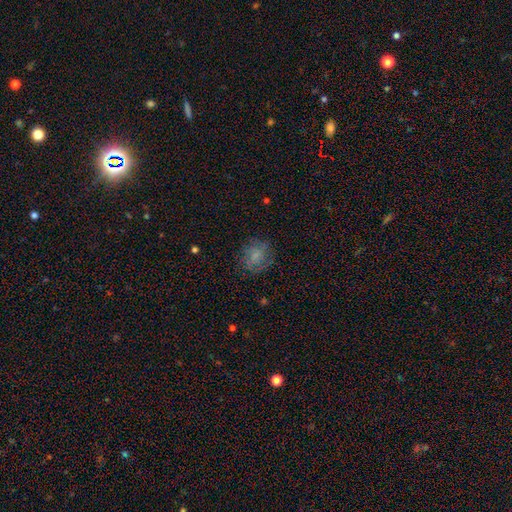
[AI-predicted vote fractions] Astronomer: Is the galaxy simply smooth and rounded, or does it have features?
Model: smooth — 59%.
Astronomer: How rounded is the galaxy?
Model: round — 69%.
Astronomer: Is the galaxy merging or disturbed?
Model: none — 71%.